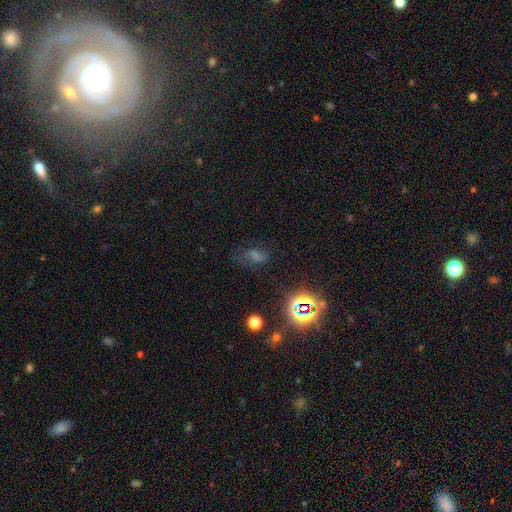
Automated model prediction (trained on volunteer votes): Morphology: type=star or artifact (42%).